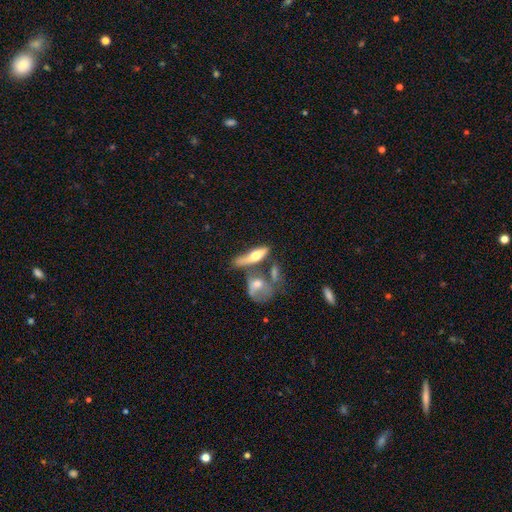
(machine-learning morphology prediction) This appears to be a smooth galaxy with no disk features (53%) that is cigar-shaped (49%). Merging: none (36%).